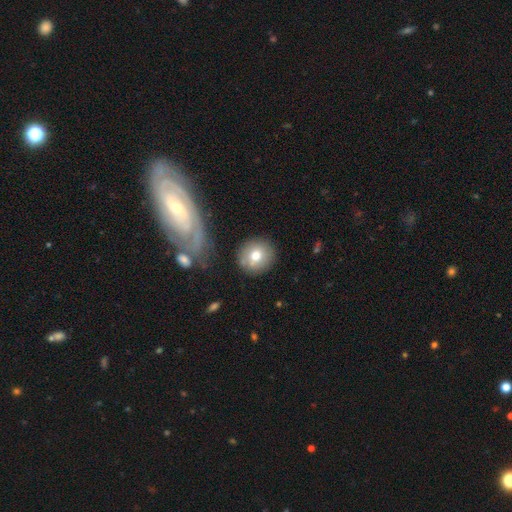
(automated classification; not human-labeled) smooth-or-featured: smooth: 71% | featured or disk: 20% | star or artifact: 9%
  how-rounded: round: 90% | in between: 9% | cigar-shaped: 1%
  merging: none: 82% | minor disturbance: 10% | merger: 5% | major disturbance: 3%